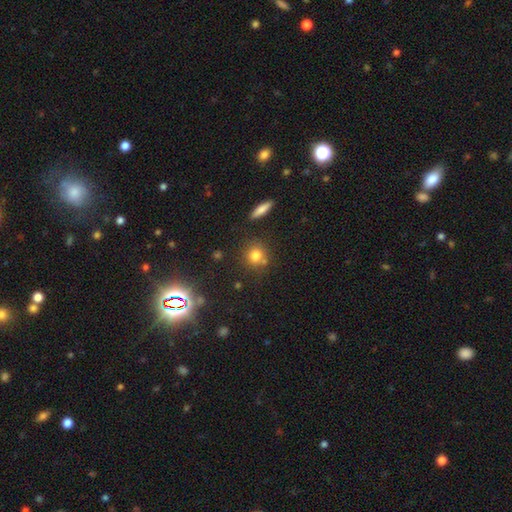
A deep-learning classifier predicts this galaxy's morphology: Smooth or featured? smooth (77%)
How rounded? round (84%)
Merging? none (72%)